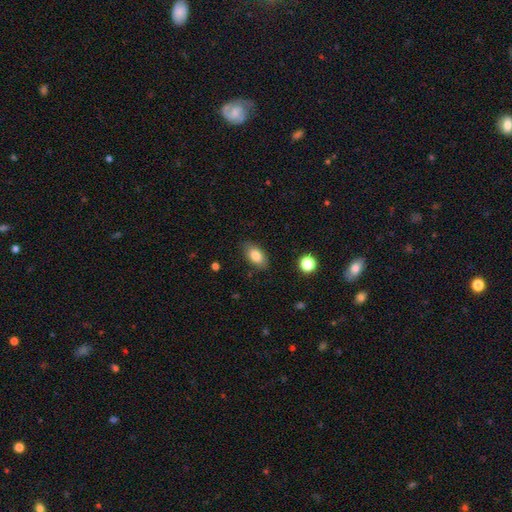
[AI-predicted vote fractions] A smooth galaxy with no disk features (83%) that is in between round and cigar-shaped (92%).

Vote fractions:
- Smooth or featured? smooth: 83% / featured or disk: 10% / star or artifact: 7%
- How rounded? in between: 92% / round: 5% / cigar-shaped: 3%
- Merging? none: 85% / minor disturbance: 11% / major disturbance: 3% / merger: 1%